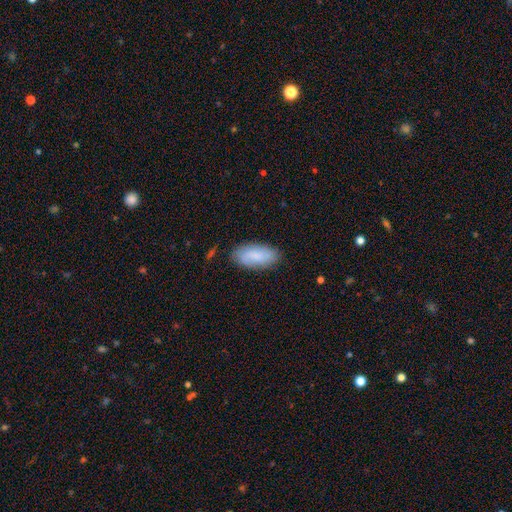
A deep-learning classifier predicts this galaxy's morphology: This appears to be a smooth galaxy with no disk features (76%) that is in between round and cigar-shaped (92%). Merging: none (81%).